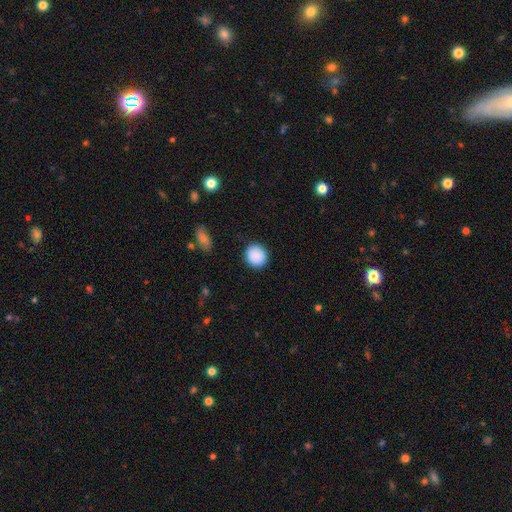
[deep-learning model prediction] Morphology: type=smooth (89%); roundness=round (86%); merging=none (90%).